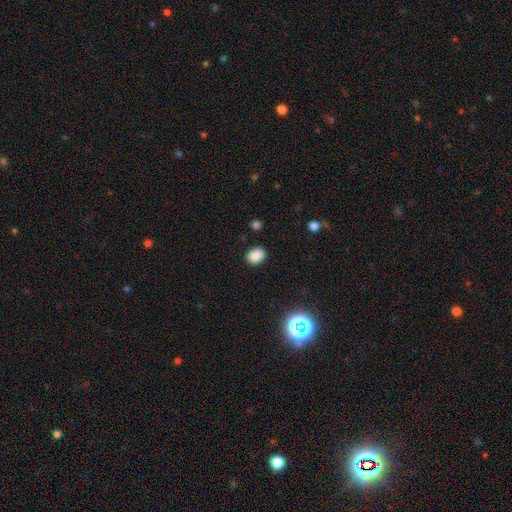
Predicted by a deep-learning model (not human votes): smooth-or-featured: smooth: 86% | star or artifact: 10% | featured or disk: 4%
  how-rounded: in between: 67% | round: 32% | cigar-shaped: 1%
  merging: none: 87% | minor disturbance: 9% | major disturbance: 2% | merger: 1%